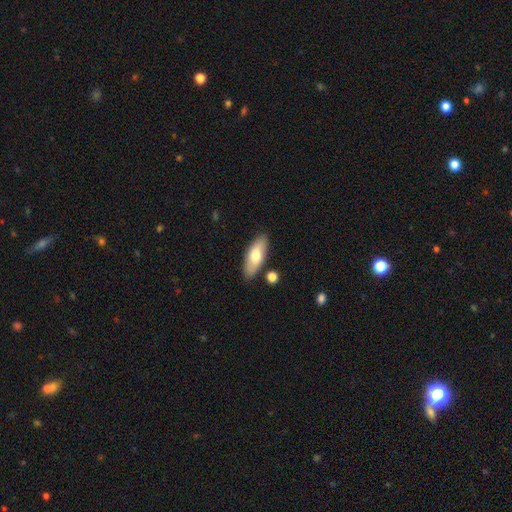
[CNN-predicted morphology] smooth_or_featured: smooth (p=0.70) [alt: featured or disk p=0.24]
how_rounded: in between (p=0.77) [alt: cigar-shaped p=0.21]
merging: none (p=0.82) [alt: minor disturbance p=0.11]